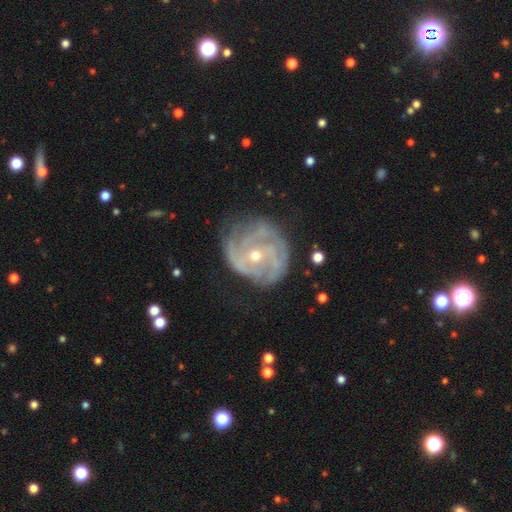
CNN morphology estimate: Overall: featured or disk (85%). Edge-on disk: no (97%). Bar: no (61%; weak 30%). Spiral arms: yes (93%). Spiral arm count: can't tell (31%; 3 25%). Spiral winding: tight (60%; medium 31%). Bulge size: small (57%; moderate 41%). Merging: none (65%).